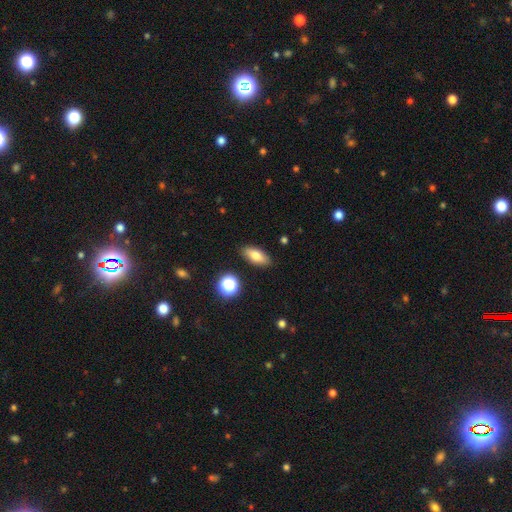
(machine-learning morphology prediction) Q: Smooth or featured?
A: smooth (76%); runner-up: featured or disk (15%)
Q: How rounded?
A: in between (80%); runner-up: cigar-shaped (14%)
Q: Merging?
A: none (87%); runner-up: minor disturbance (9%)